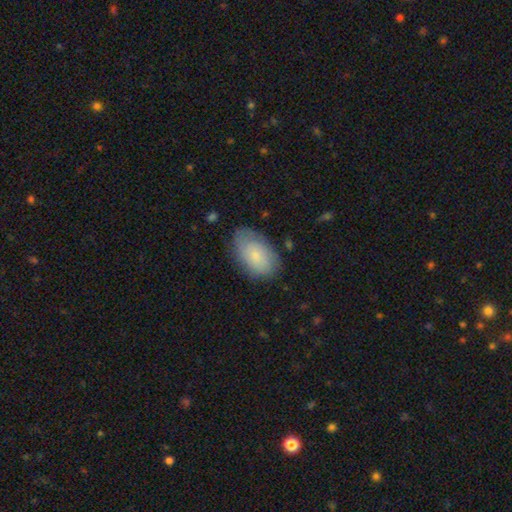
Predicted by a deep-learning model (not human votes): This appears to be a smooth galaxy with no disk features (71%) that is in between round and cigar-shaped (91%). Merging: none (71%).